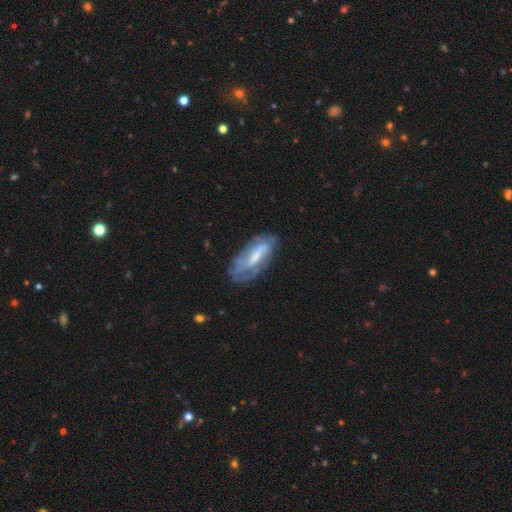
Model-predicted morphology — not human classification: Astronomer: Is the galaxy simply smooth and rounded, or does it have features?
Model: featured or disk — 57% (runner-up: smooth, 35%).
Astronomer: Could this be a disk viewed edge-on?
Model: no — 82%.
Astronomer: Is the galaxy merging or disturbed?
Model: none — 58%.